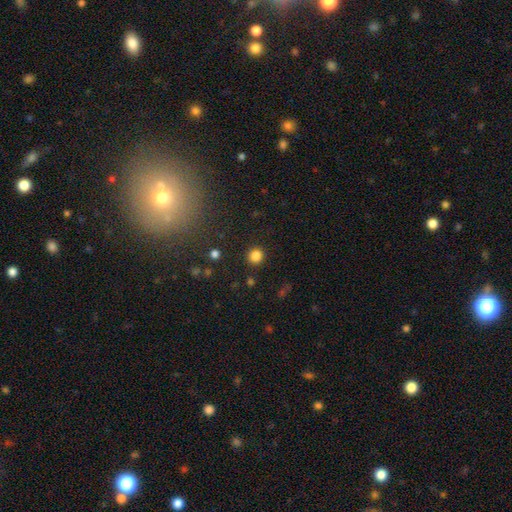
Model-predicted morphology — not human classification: Smooth or featured? smooth (84%)
How rounded? round (89%)
Merging? none (90%)